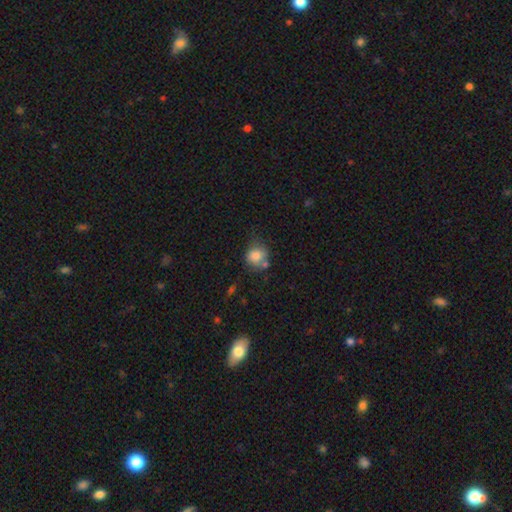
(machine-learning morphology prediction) This is likely a smooth galaxy (79%). How rounded: likely round (74%). Merging: possibly none (53%).